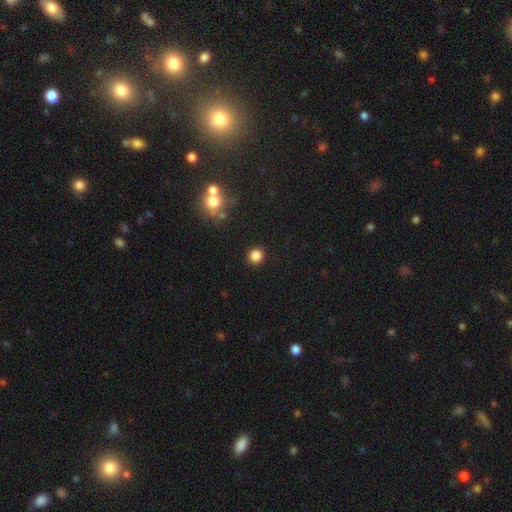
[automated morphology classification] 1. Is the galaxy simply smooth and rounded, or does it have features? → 84% smooth, 12% star or artifact, 4% featured or disk.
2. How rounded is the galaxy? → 93% round, 6% in between, 1% cigar-shaped.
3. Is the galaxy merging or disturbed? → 91% none, 5% minor disturbance, 2% major disturbance, 2% merger.